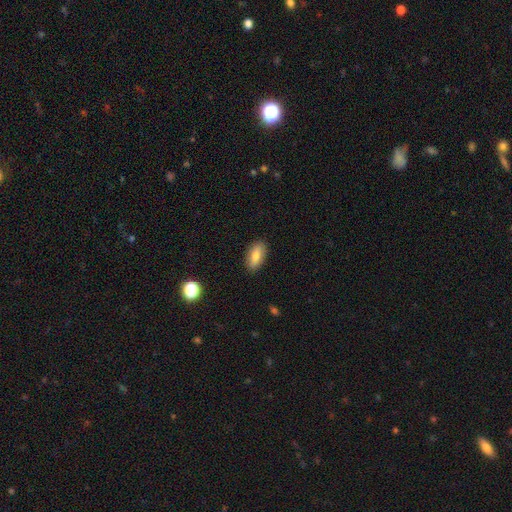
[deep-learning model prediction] Q: Smooth or featured?
A: smooth (81%); runner-up: featured or disk (12%)
Q: How rounded?
A: in between (88%); runner-up: cigar-shaped (8%)
Q: Merging?
A: none (88%); runner-up: minor disturbance (9%)